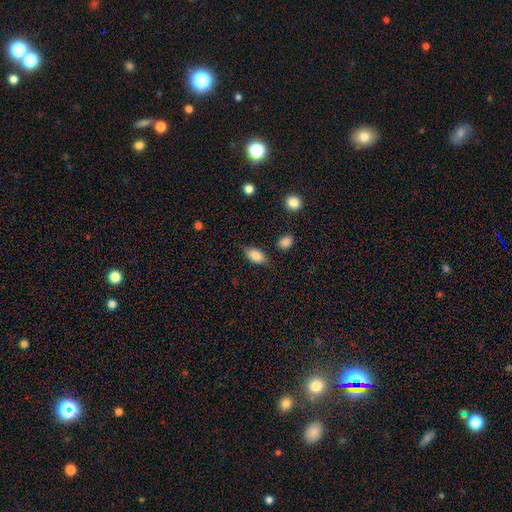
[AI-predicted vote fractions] Smooth or featured? Predicted: smooth (p=0.83). How rounded? Predicted: in between (p=0.90). Merging? Predicted: none (p=0.75).